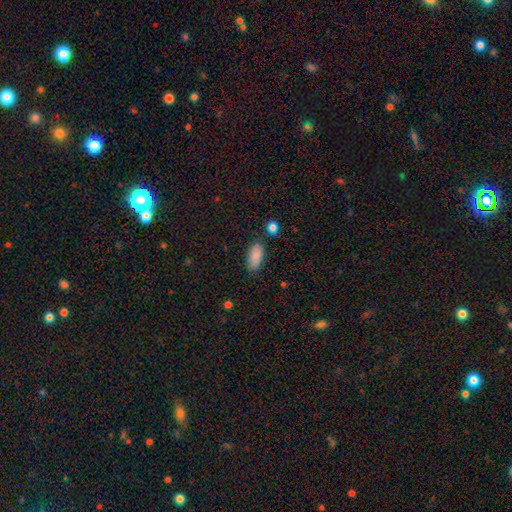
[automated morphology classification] A smooth galaxy with no disk features (88%) that is in between round and cigar-shaped (92%).

Vote fractions:
- Smooth or featured? smooth: 88% / star or artifact: 7% / featured or disk: 5%
- How rounded? in between: 92% / cigar-shaped: 6% / round: 2%
- Merging? none: 81% / minor disturbance: 14% / major disturbance: 3% / merger: 2%